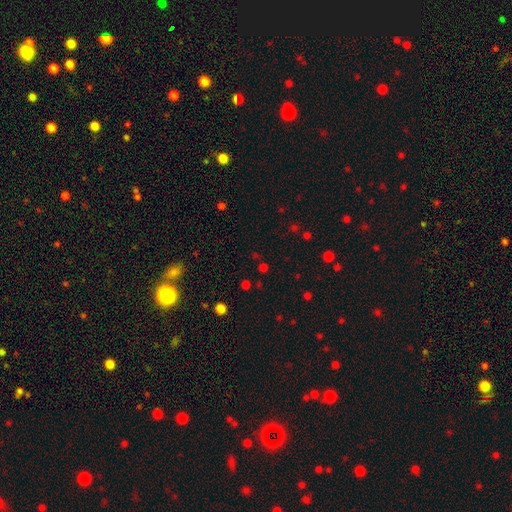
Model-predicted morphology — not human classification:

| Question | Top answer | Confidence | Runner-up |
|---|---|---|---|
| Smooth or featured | star or artifact | 51% | smooth (42%) |